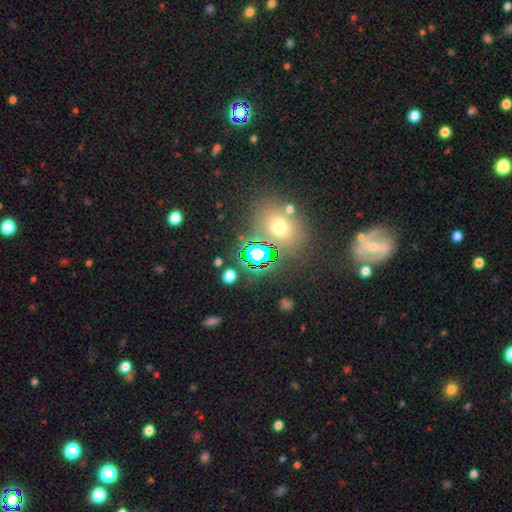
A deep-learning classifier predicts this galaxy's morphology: smooth-or-featured: star or artifact: 58% | smooth: 31% | featured or disk: 12%